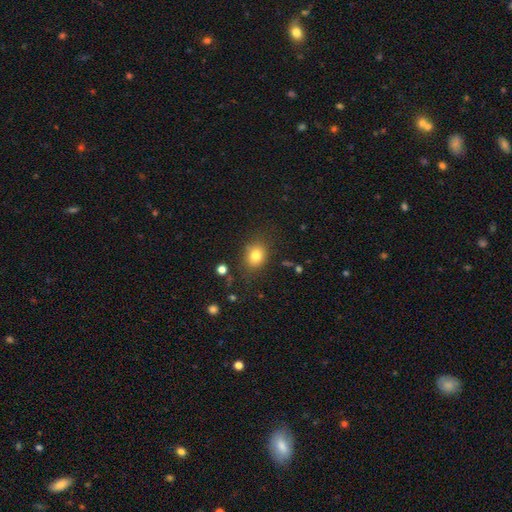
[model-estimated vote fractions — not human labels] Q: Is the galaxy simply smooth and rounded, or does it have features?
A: smooth — 80%.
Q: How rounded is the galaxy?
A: round — 54%.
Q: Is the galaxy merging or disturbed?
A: none — 79%.